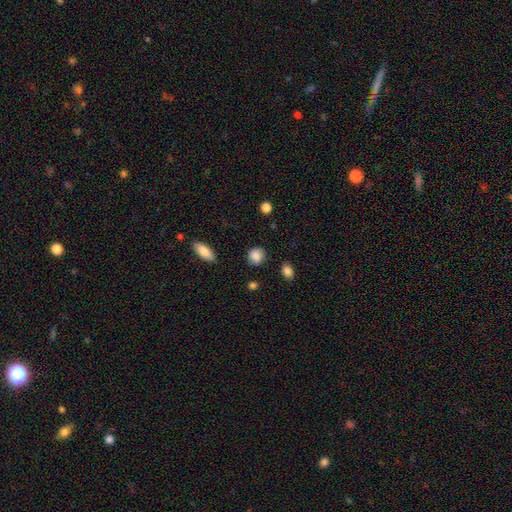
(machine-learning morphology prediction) A smooth galaxy with no disk features (87%) that is round (77%). Merging: none (82%).